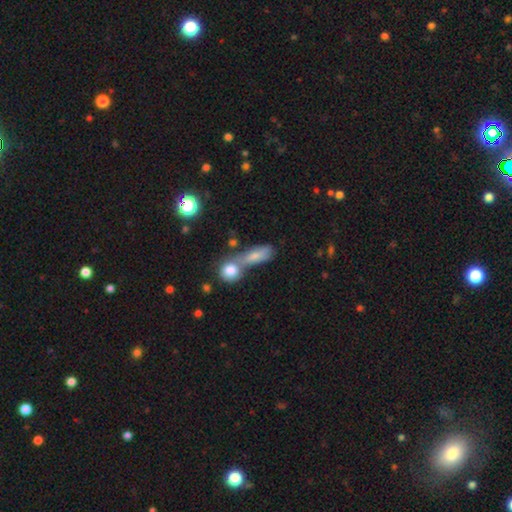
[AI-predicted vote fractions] Overall: smooth (74%). How rounded: in between (61%; cigar-shaped 26%). Merging: merger (52%; none 29%).